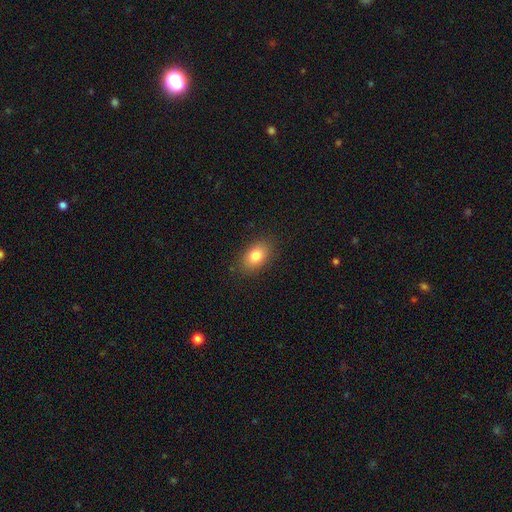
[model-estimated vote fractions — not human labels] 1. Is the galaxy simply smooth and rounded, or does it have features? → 81% smooth, 10% featured or disk, 9% star or artifact.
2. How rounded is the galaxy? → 83% in between, 15% round, 2% cigar-shaped.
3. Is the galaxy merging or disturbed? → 86% none, 10% minor disturbance, 3% major disturbance, 1% merger.